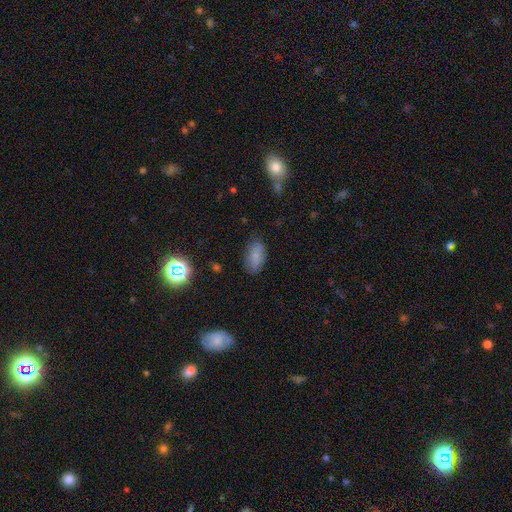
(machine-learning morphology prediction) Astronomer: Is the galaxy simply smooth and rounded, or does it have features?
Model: smooth — 81%.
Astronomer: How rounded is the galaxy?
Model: in between — 90%.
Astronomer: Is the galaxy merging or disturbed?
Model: none — 80%.